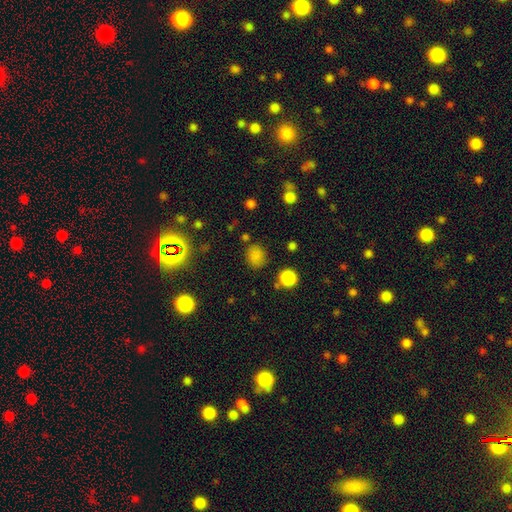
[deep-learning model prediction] Smooth or featured?
  - smooth: 78% *
  - star or artifact: 17%
  - featured or disk: 5%
How rounded?
  - round: 72% *
  - in between: 27%
  - cigar-shaped: 1%
Merging?
  - none: 79% *
  - minor disturbance: 13%
  - major disturbance: 4%
  - merger: 4%